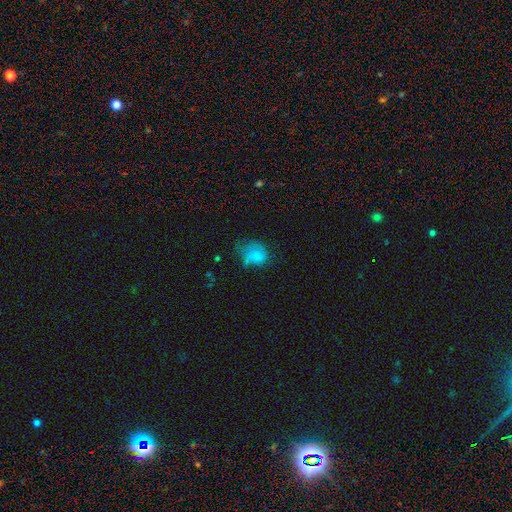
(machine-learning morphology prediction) This is likely a smooth galaxy (63%). How rounded: possibly in between (60%). Merging: marginally major disturbance (37%).